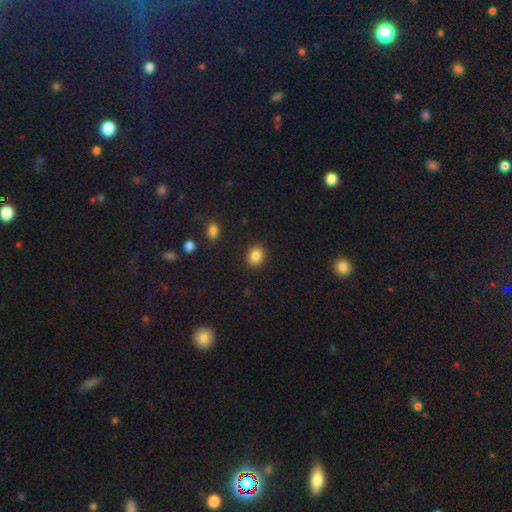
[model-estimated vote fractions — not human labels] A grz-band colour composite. It shows a smooth galaxy with no disk features (85%) that is round (63%). Merging: none (89%).